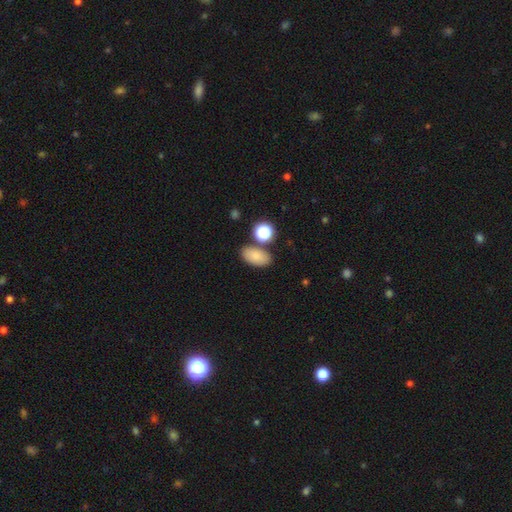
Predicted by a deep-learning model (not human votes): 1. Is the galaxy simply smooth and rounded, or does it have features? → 81% smooth, 10% star or artifact, 9% featured or disk.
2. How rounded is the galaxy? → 91% in between, 7% round, 2% cigar-shaped.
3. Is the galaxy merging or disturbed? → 76% none, 12% minor disturbance, 10% merger, 3% major disturbance.